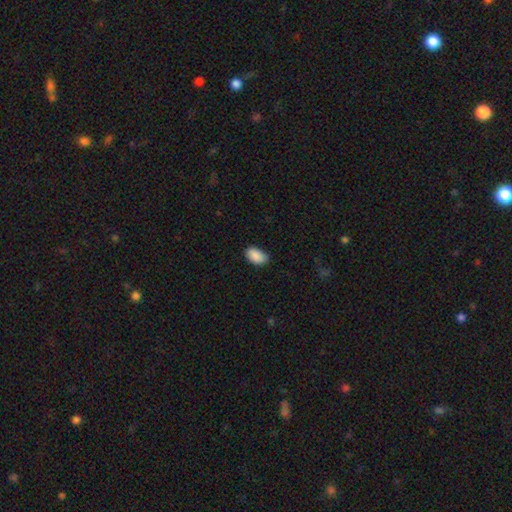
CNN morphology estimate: Smooth or featured? smooth (90%)
How rounded? in between (93%)
Merging? none (77%)